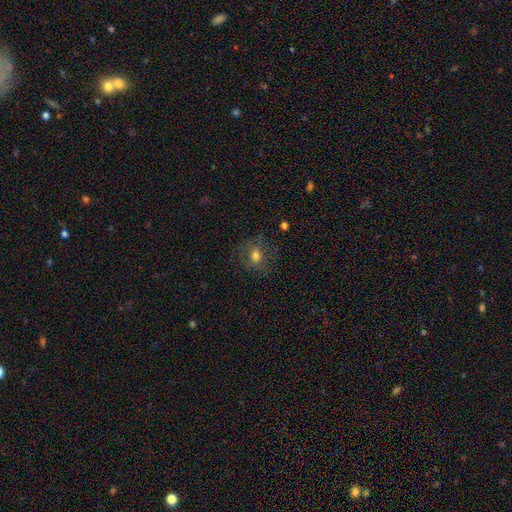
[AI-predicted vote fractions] Smooth or featured? smooth (62%)
How rounded? round (67%)
Merging? none (71%)